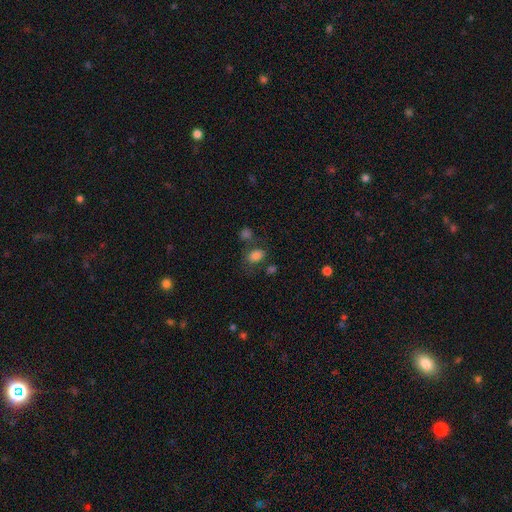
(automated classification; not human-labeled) Smooth or featured? smooth (81%)
How rounded? in between (78%)
Merging? none (60%)